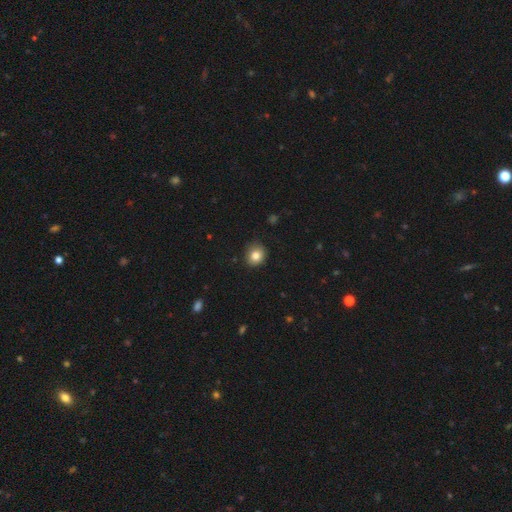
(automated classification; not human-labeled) Overall: smooth (83%). How rounded: round (79%). Merging: none (84%).